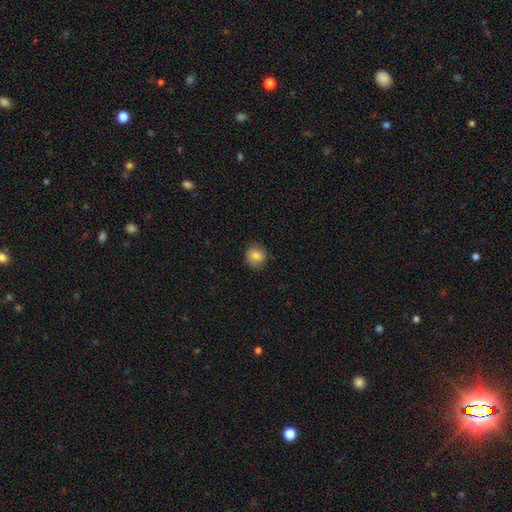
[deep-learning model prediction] smooth_or_featured: smooth (p=0.78) [alt: featured or disk p=0.13]
how_rounded: round (p=0.84) [alt: in between p=0.15]
merging: none (p=0.84) [alt: minor disturbance p=0.12]